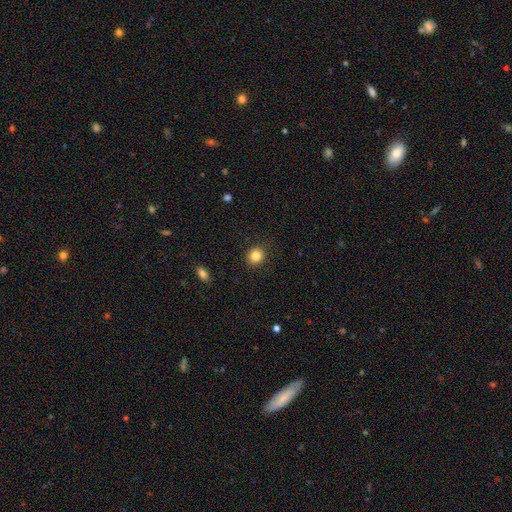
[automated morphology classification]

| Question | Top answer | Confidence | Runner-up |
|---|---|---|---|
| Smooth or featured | smooth | 84% | star or artifact (10%) |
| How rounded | round | 78% | in between (22%) |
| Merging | none | 88% | minor disturbance (8%) |